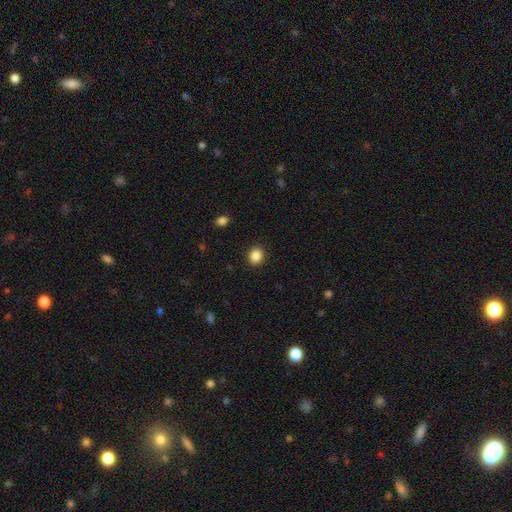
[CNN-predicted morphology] The model was most divided on "how rounded": round: 77%, in between: 23%, cigar-shaped: 1%. More confident: merging — none (91%); smooth or featured — smooth (87%).